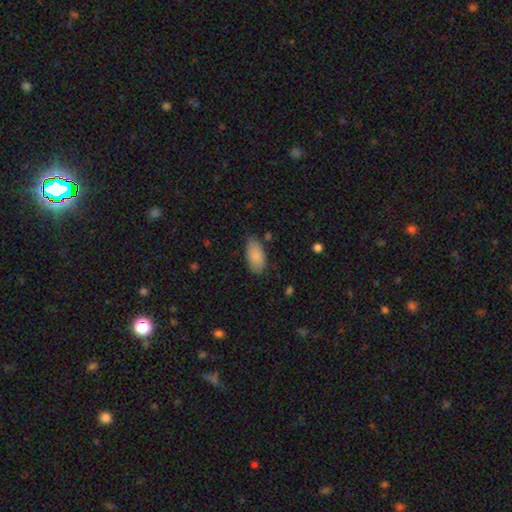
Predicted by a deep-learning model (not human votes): Morphology: type=smooth (87%); roundness=in between (93%); merging=none (73%).